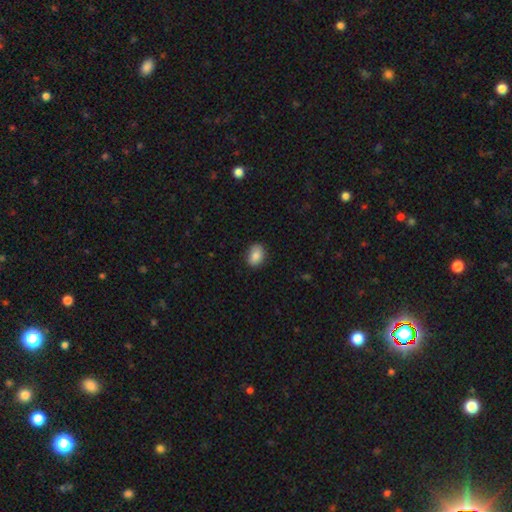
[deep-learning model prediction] This is clearly a smooth galaxy (85%). How rounded: likely in between (76%). Merging: clearly none (85%).